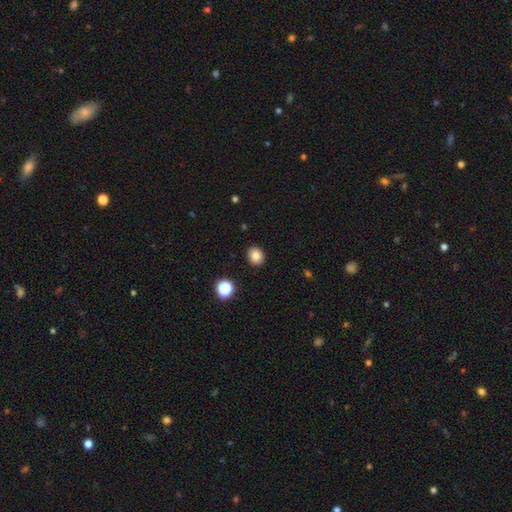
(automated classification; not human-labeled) The model was most divided on "how rounded": round: 65%, in between: 34%, cigar-shaped: 1%. More confident: merging — none (90%); smooth or featured — smooth (83%).